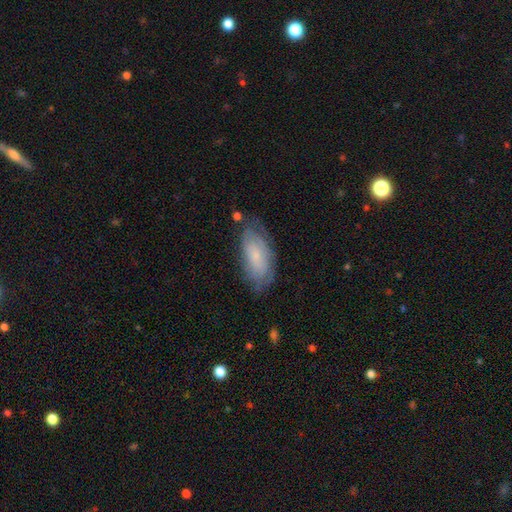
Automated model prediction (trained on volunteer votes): Smooth or featured? Predicted: smooth (p=0.49). Merging? Predicted: none (p=0.67).